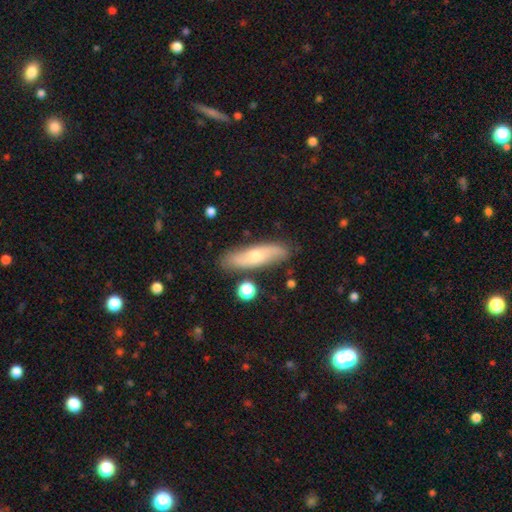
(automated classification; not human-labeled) Smooth or featured?
  - smooth: 51% *
  - featured or disk: 42%
  - star or artifact: 7%
How rounded?
  - cigar-shaped: 64% *
  - in between: 33%
  - round: 3%
Merging?
  - none: 83% *
  - minor disturbance: 12%
  - merger: 3%
  - major disturbance: 3%